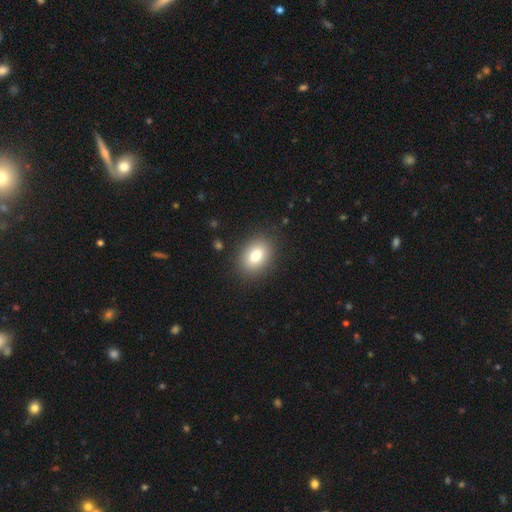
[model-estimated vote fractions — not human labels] Smooth or featured? smooth (80%)
How rounded? in between (72%)
Merging? none (86%)